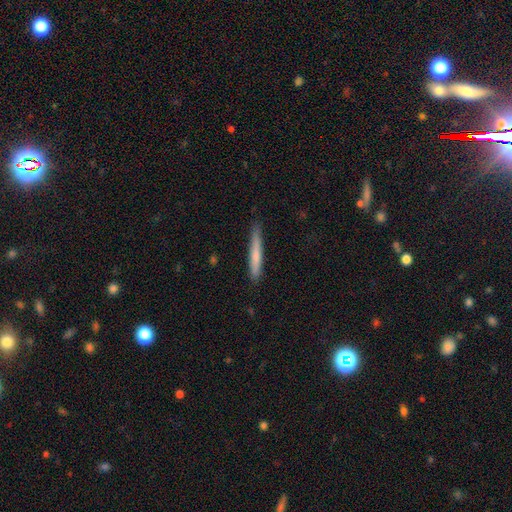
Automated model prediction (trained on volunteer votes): Morphology: type=smooth (71%); roundness=cigar-shaped (95%); merging=none (83%).